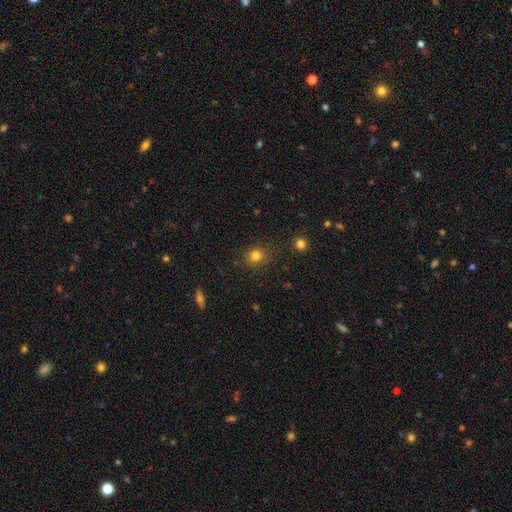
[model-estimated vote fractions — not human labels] Overall: smooth (80%). How rounded: round (79%). Merging: none (84%).